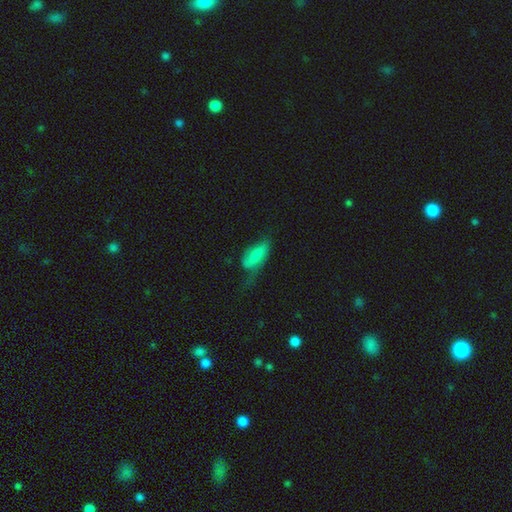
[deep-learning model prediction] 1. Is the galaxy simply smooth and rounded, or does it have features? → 65% smooth, 27% featured or disk, 7% star or artifact.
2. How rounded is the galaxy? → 83% in between, 14% cigar-shaped, 3% round.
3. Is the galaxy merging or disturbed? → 34% minor disturbance, 32% none, 32% major disturbance, 3% merger.